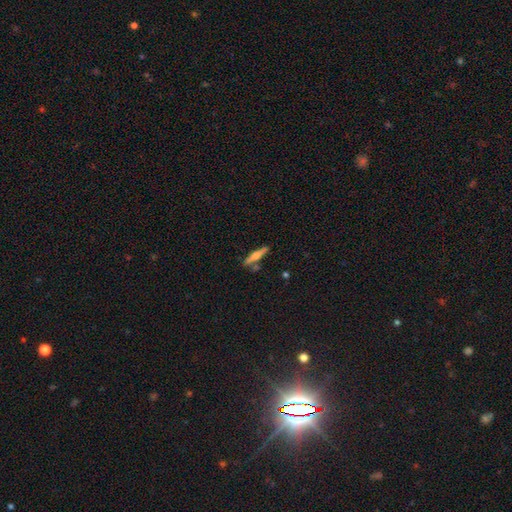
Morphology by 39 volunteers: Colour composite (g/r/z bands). It shows a featured or disk galaxy (64%) viewed edge-on (100%) with a rounded central bulge (92%). Merging: none (84%).